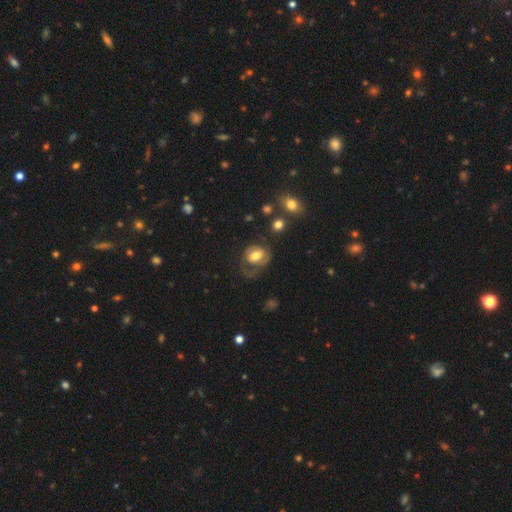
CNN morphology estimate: Overall: smooth (46%, tied with featured or disk). Merging: none (43%; major disturbance 32%).